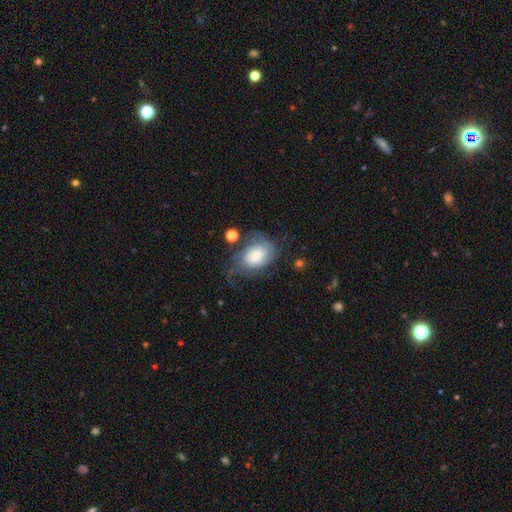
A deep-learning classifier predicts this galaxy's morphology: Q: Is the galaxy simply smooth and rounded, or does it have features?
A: featured or disk — 54%.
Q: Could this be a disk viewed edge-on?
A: no — 97%.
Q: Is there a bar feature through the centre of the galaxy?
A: no — 75%.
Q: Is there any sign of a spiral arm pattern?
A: yes — 81%.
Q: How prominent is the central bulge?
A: large — 36%.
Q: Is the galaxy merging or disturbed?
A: none — 38%.